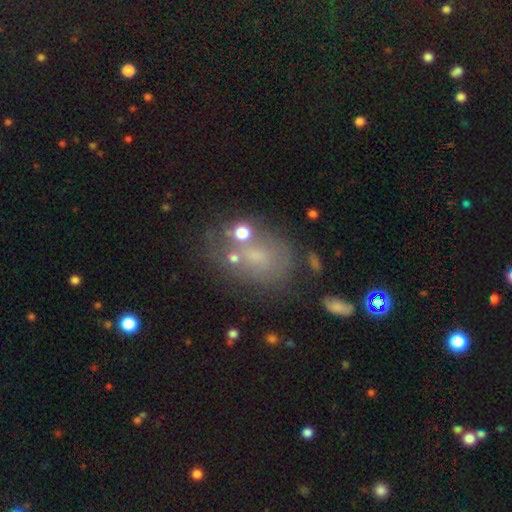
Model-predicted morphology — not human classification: Smooth or featured?
  - smooth: 47% *
  - featured or disk: 35%
  - star or artifact: 18%
Merging?
  - none: 49% *
  - minor disturbance: 22%
  - major disturbance: 16%
  - merger: 13%